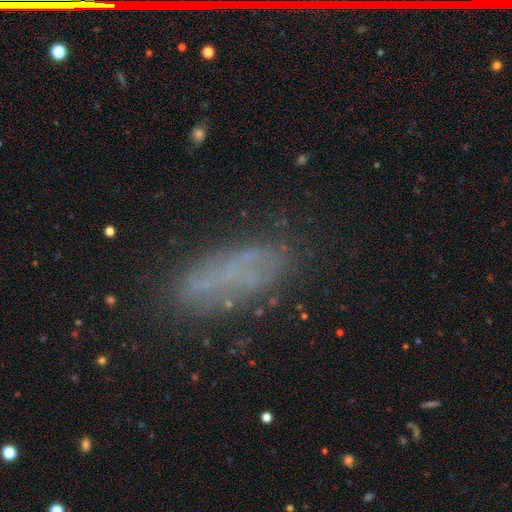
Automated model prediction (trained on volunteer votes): This appears to be a smooth galaxy with no disk features (48%). Merging: none (68%).